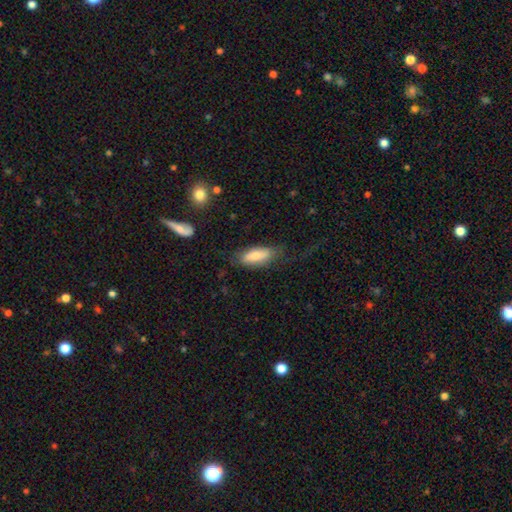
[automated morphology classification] smooth_or_featured: smooth (p=0.73) [alt: featured or disk p=0.21]
how_rounded: in between (p=0.74) [alt: cigar-shaped p=0.24]
merging: none (p=0.61) [alt: minor disturbance p=0.23]